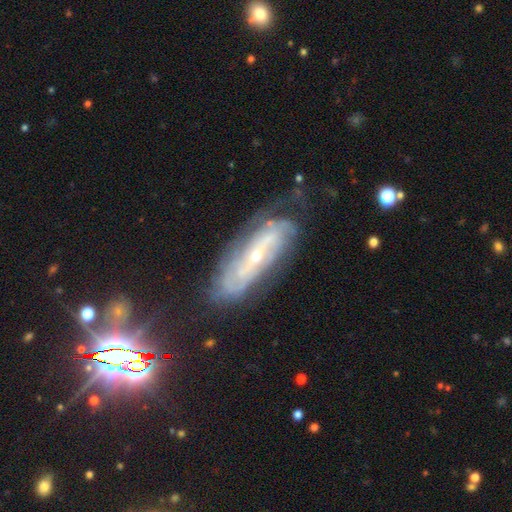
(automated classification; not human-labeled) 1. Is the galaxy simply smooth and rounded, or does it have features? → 79% featured or disk, 12% smooth, 9% star or artifact.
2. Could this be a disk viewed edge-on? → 83% no, 17% yes.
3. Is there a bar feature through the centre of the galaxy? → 48% no, 31% weak, 21% strong.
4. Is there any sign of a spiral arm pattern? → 89% yes, 11% no.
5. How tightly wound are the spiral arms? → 65% tight, 27% medium, 9% loose.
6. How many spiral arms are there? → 51% can't tell, 25% 2, 9% 3, 6% 4, 4% more than 4, 4% 1.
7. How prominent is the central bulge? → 75% small, 21% moderate, 2% none, 1% large, 1% dominant.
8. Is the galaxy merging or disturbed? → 67% none, 22% minor disturbance, 9% major disturbance, 2% merger.